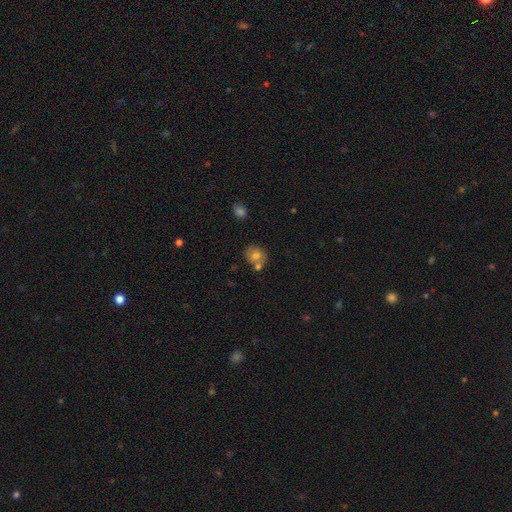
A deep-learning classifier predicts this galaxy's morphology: This appears to be a smooth galaxy with no disk features (74%) that is round (72%). Merging: none (60%).